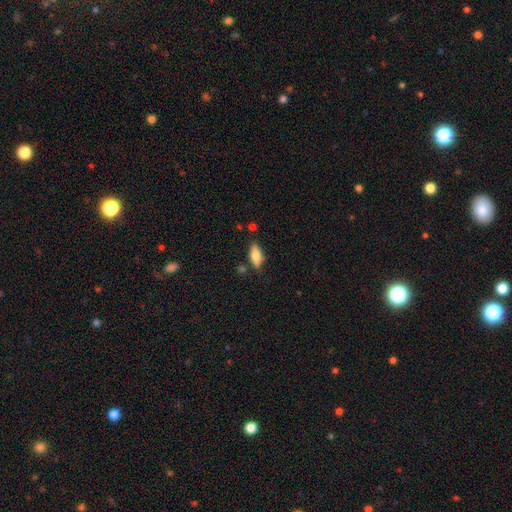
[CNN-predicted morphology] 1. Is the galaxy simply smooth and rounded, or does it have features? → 69% smooth, 24% featured or disk, 7% star or artifact.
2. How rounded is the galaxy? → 74% in between, 23% cigar-shaped, 3% round.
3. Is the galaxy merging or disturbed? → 77% none, 15% minor disturbance, 4% merger, 3% major disturbance.